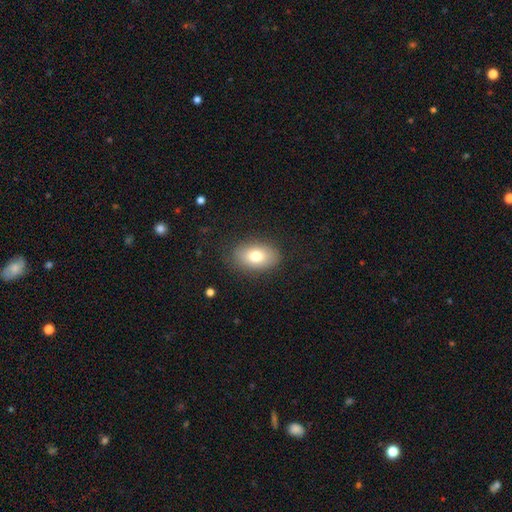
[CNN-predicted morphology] type=smooth (76%); roundness=in between (87%); merging=none (83%).